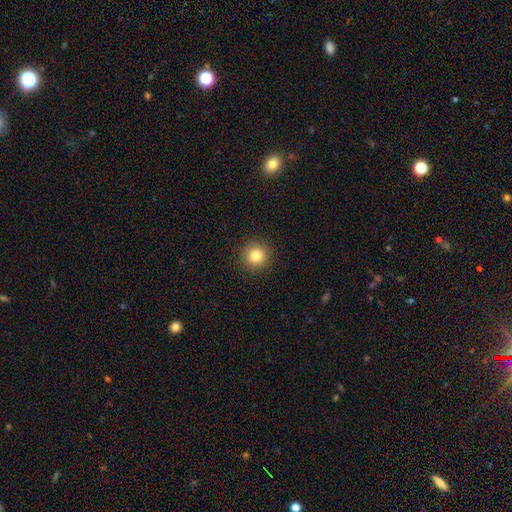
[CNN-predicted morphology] This appears to be a smooth galaxy with no disk features (83%) that is round (95%). Merging: none (92%).